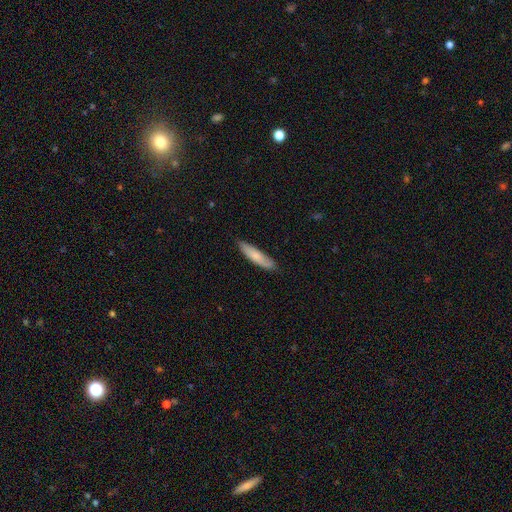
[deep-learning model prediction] smooth 71%, featured or disk 23%, star or artifact 6%. Down the decision tree: how rounded — cigar-shaped (77%); merging — none (82%).